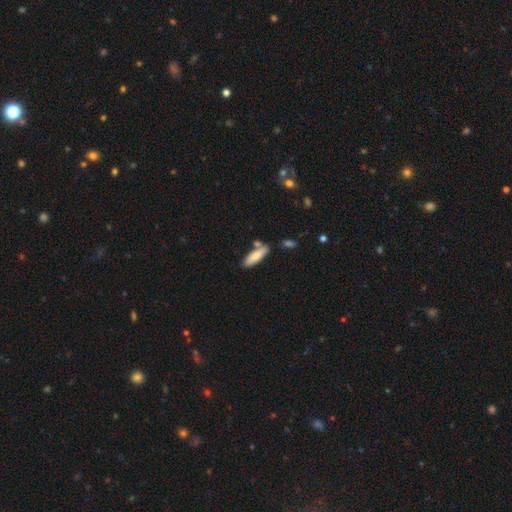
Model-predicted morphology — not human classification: Smooth or featured? Predicted: smooth (p=0.79). How rounded? Predicted: cigar-shaped (p=0.55). Merging? Predicted: none (p=0.72).